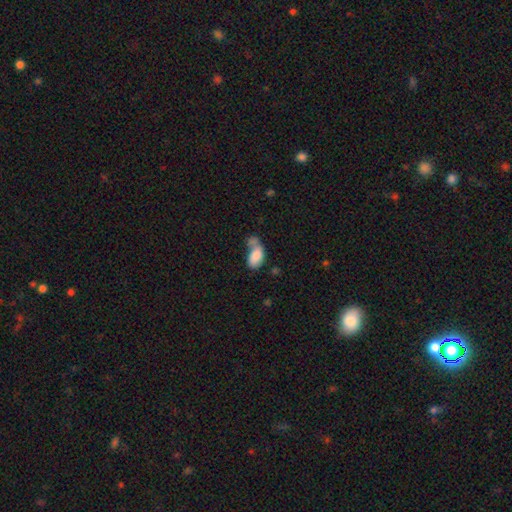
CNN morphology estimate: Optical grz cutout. It shows a smooth galaxy with no disk features (81%) that is in between round and cigar-shaped (92%). Merging: merger (46%).